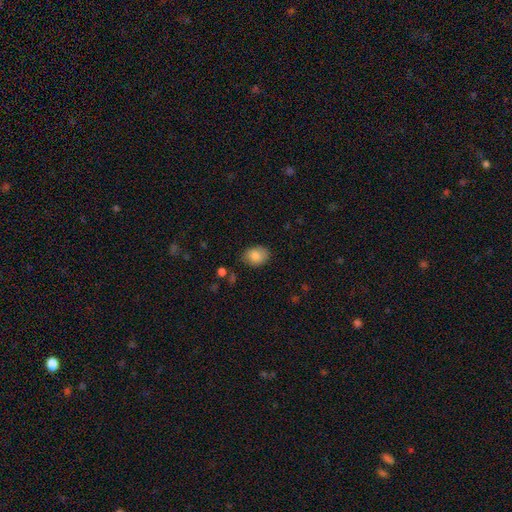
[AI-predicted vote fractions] smooth-or-featured: smooth: 85% | star or artifact: 8% | featured or disk: 7%
  how-rounded: in between: 62% | round: 37% | cigar-shaped: 1%
  merging: none: 80% | minor disturbance: 15% | major disturbance: 3% | merger: 1%